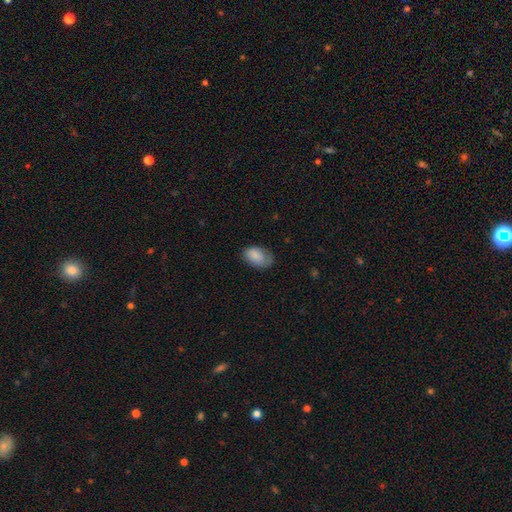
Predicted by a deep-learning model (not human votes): The model was most divided on "merging": none: 62%, minor disturbance: 28%, major disturbance: 9%, merger: 1%. More confident: how rounded — in between (89%); smooth or featured — smooth (86%).